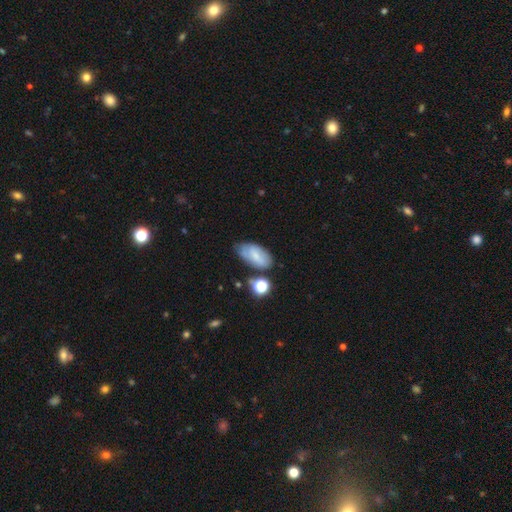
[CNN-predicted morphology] smooth_or_featured: smooth (p=0.63) [alt: featured or disk p=0.27]
how_rounded: in between (p=0.92) [alt: cigar-shaped p=0.04]
merging: none (p=0.55) [alt: minor disturbance p=0.27]